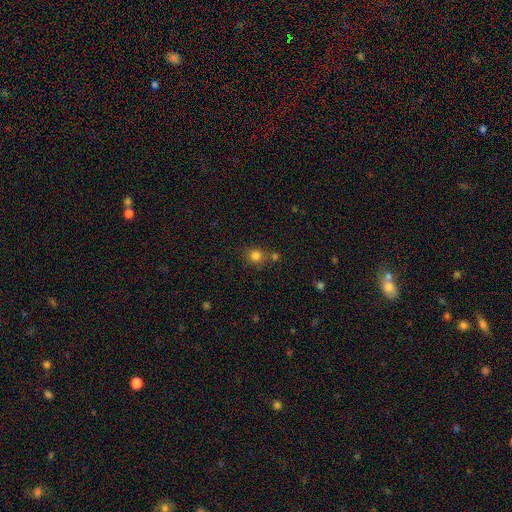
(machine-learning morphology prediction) smooth_or_featured: smooth (p=0.80) [alt: star or artifact p=0.14]
how_rounded: round (p=0.85) [alt: in between p=0.14]
merging: none (p=0.68) [alt: merger p=0.17]